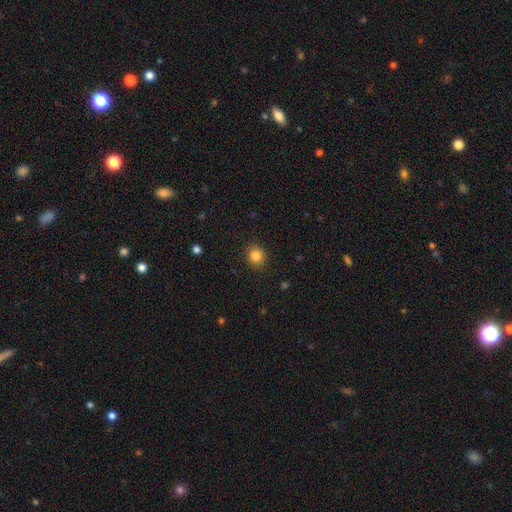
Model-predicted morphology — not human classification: The model was most divided on "how rounded": round: 83%, in between: 16%, cigar-shaped: 1%. More confident: merging — none (89%); smooth or featured — smooth (84%).